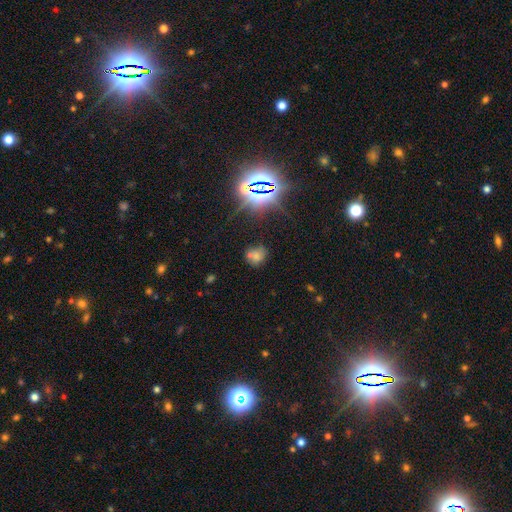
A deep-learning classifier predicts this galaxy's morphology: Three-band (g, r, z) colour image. It shows a smooth galaxy with no disk features (60%) that is round (68%). Merging: none (54%).